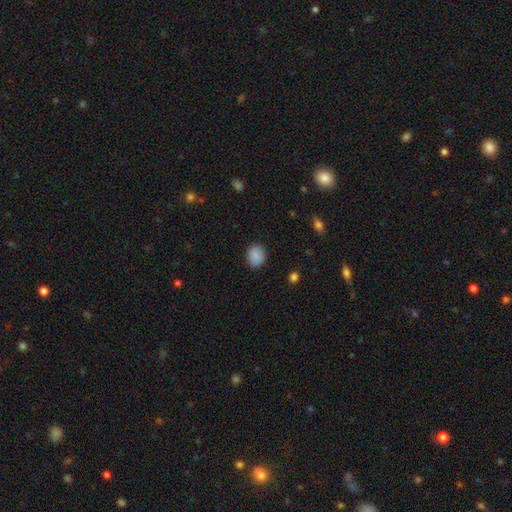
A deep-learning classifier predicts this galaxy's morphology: Smooth or featured: smooth — 89% (star or artifact — 8%)
How rounded: round — 61% (in between — 38%)
Merging: none — 88% (minor disturbance — 8%)